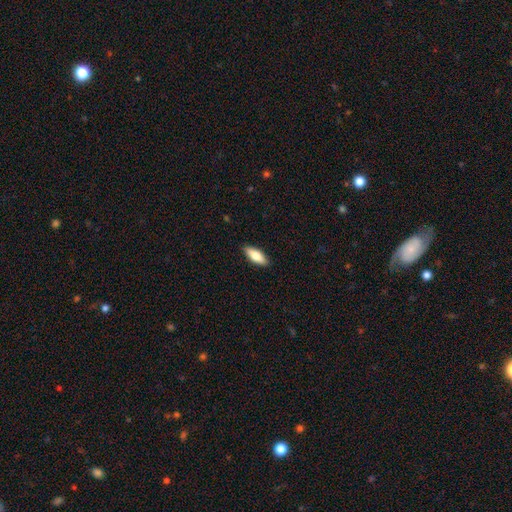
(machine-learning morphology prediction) Q: Smooth or featured?
A: smooth (75%); runner-up: featured or disk (20%)
Q: How rounded?
A: in between (73%); runner-up: cigar-shaped (25%)
Q: Merging?
A: none (90%); runner-up: minor disturbance (8%)